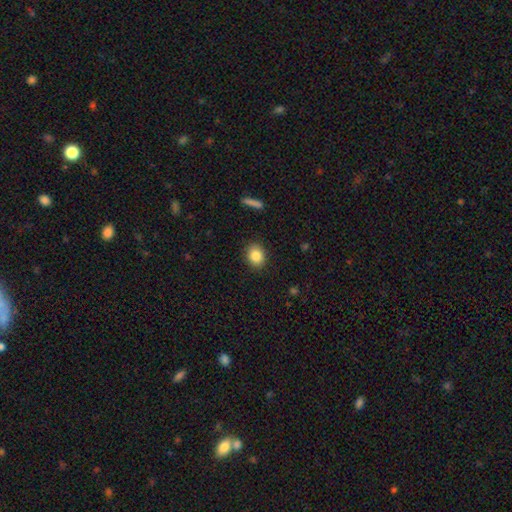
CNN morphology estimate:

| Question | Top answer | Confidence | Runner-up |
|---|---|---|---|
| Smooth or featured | smooth | 85% | star or artifact (9%) |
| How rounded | round | 58% | in between (41%) |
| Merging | none | 89% | minor disturbance (8%) |